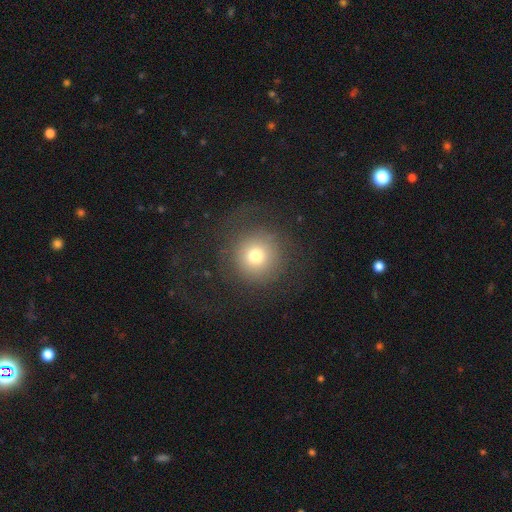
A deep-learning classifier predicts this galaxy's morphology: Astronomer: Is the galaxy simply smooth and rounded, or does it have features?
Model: smooth — 71%.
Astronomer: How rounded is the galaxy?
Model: round — 95%.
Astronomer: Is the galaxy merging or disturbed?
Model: none — 73%.